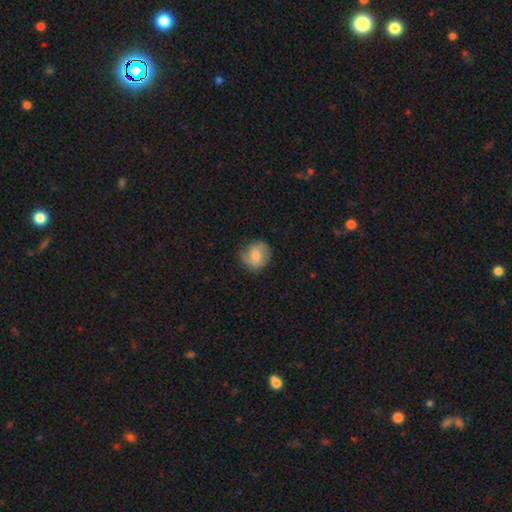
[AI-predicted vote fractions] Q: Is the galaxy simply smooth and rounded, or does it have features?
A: featured or disk — 47%.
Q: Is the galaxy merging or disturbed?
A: none — 72%.